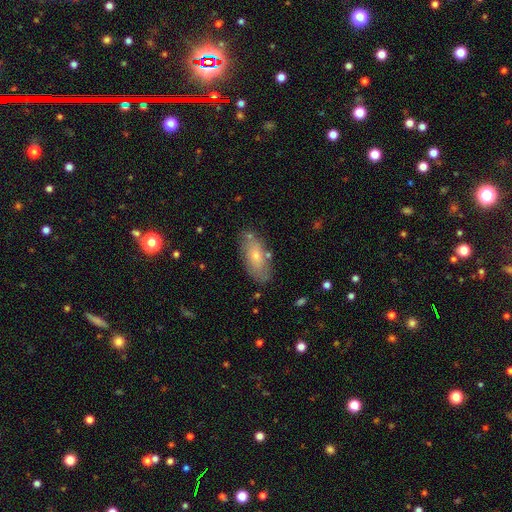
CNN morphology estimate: A smooth galaxy with no disk features (67%) that is in between round and cigar-shaped (86%). Merging: none (74%).